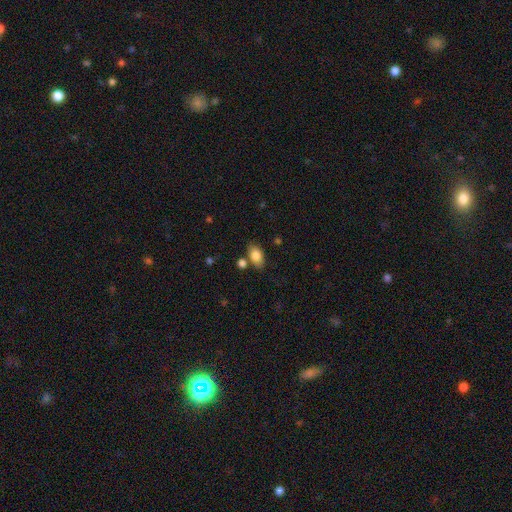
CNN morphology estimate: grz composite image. It shows a smooth galaxy with no disk features (83%) that is in between round and cigar-shaped (90%). Merging: none (74%).